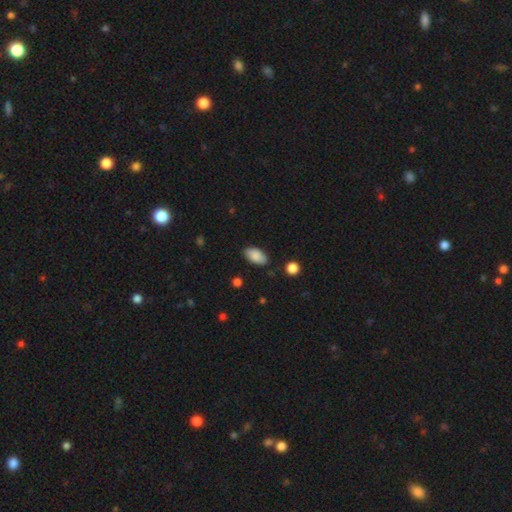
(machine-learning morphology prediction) Smooth or featured: smooth — 86% (star or artifact — 7%)
How rounded: in between — 94% (round — 4%)
Merging: none — 83% (minor disturbance — 12%)